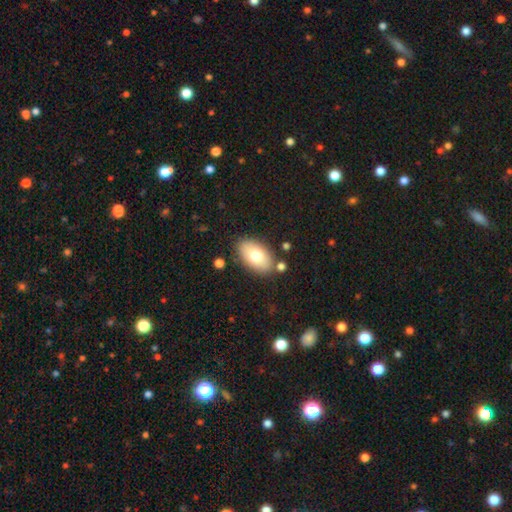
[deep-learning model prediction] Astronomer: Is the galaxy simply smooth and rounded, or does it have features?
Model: smooth — 75%.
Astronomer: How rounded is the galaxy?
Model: in between — 93%.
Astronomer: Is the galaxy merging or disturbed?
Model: none — 82%.